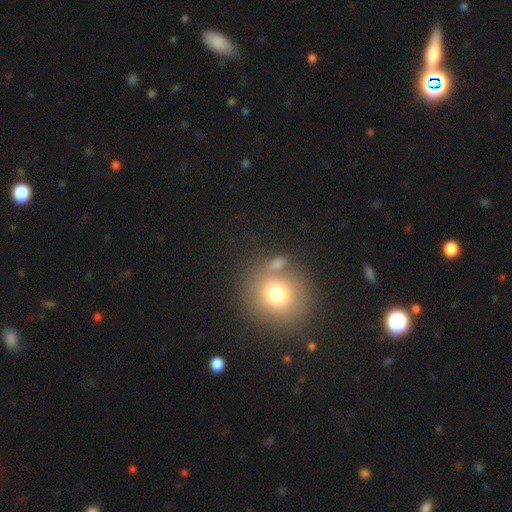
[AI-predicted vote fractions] A smooth galaxy with no disk features (63%) that is round (91%).

Vote fractions:
- Smooth or featured? smooth: 63% / star or artifact: 26% / featured or disk: 11%
- How rounded? round: 91% / in between: 8% / cigar-shaped: 1%
- Merging? none: 78% / merger: 11% / minor disturbance: 8% / major disturbance: 3%